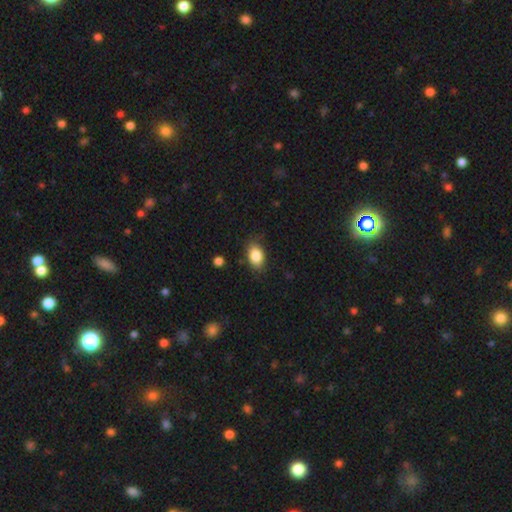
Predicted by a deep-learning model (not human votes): Morphology: type=smooth (85%); roundness=in between (86%); merging=none (80%).